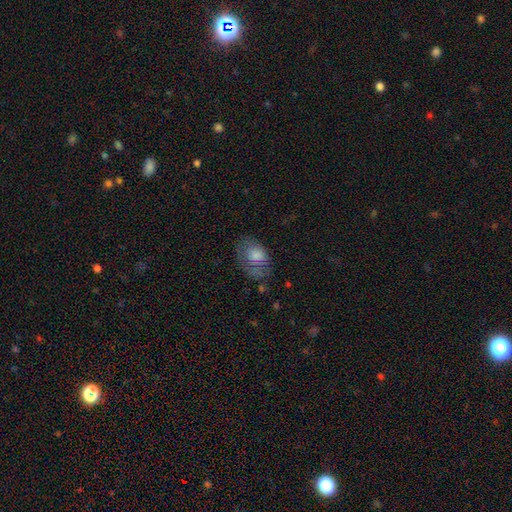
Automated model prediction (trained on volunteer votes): This is likely a smooth galaxy (64%). How rounded: clearly in between (80%). Merging: possibly none (53%).